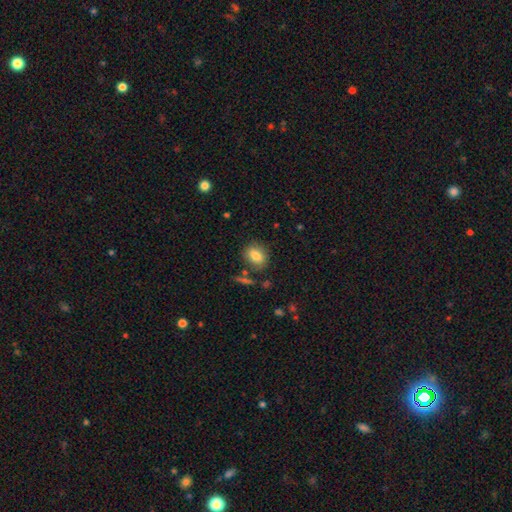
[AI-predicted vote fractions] A smooth galaxy with no disk features (82%) that is in between round and cigar-shaped (61%).

Vote fractions:
- Smooth or featured? smooth: 82% / star or artifact: 9% / featured or disk: 9%
- How rounded? in between: 61% / round: 37% / cigar-shaped: 2%
- Merging? none: 78% / minor disturbance: 13% / merger: 4% / major disturbance: 4%